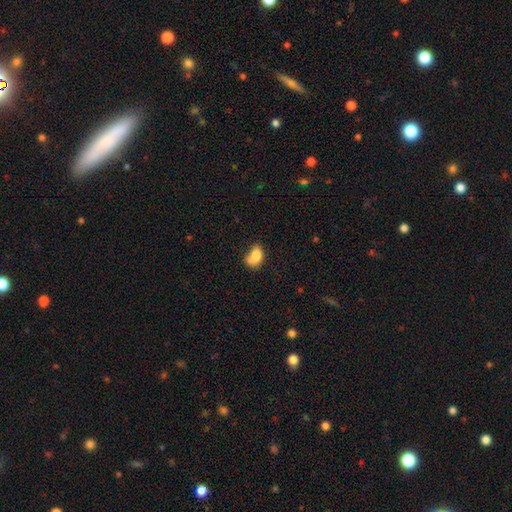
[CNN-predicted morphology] The model was most divided on "merging": merger: 39%, none: 31%, minor disturbance: 19%, major disturbance: 11%. More confident: smooth or featured — smooth (77%); how rounded — in between (76%).